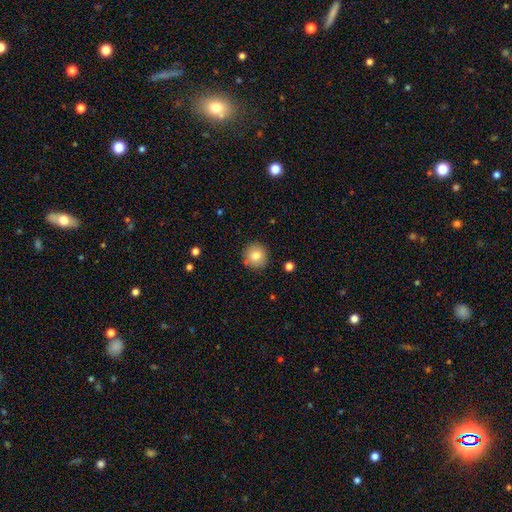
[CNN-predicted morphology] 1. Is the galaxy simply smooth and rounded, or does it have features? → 81% smooth, 10% star or artifact, 10% featured or disk.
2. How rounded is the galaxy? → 93% round, 6% in between, 1% cigar-shaped.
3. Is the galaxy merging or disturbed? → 88% none, 8% minor disturbance, 2% merger, 2% major disturbance.